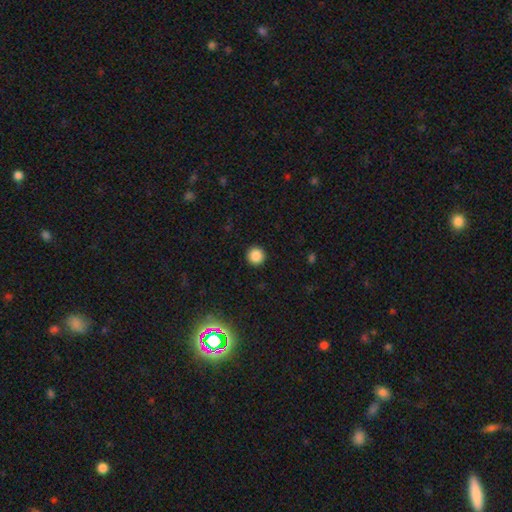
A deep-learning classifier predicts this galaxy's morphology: The model was most divided on "smooth or featured": smooth: 87%, star or artifact: 10%, featured or disk: 3%. More confident: how rounded — round (96%); merging — none (93%).